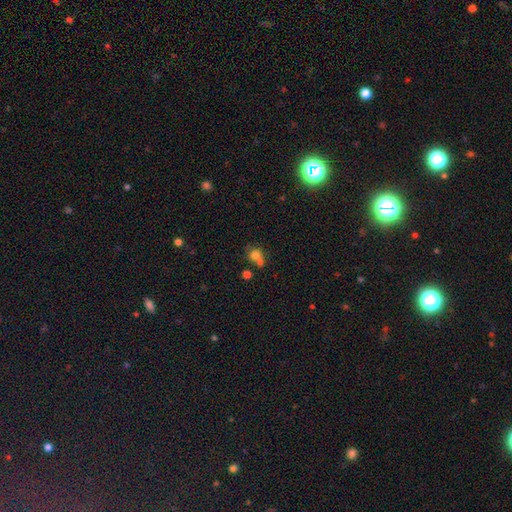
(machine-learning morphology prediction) The model was most divided on "merging": merger: 44%, none: 40%, minor disturbance: 11%, major disturbance: 6%. More confident: how rounded — round (75%); smooth or featured — smooth (73%).